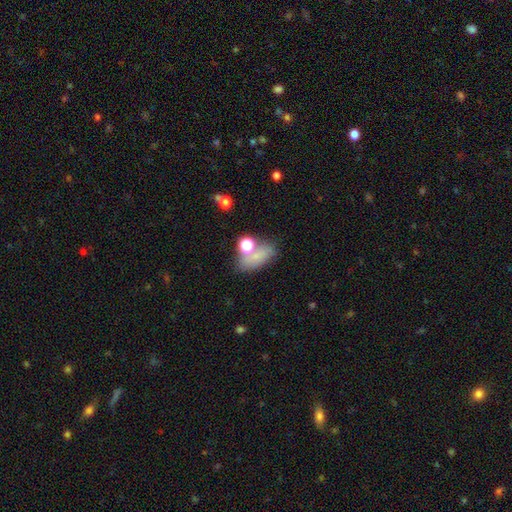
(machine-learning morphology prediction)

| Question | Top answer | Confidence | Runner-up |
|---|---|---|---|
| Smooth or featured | smooth | 66% | star or artifact (19%) |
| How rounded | in between | 76% | round (17%) |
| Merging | none | 52% | minor disturbance (19%) |